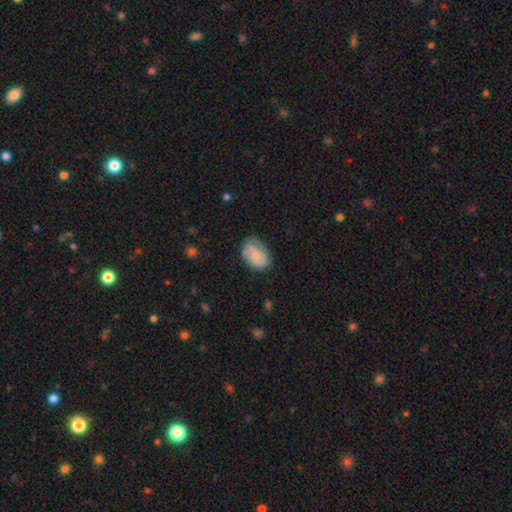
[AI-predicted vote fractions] smooth-or-featured: smooth: 62% | featured or disk: 30% | star or artifact: 8%
  how-rounded: in between: 80% | round: 18% | cigar-shaped: 1%
  merging: none: 60% | minor disturbance: 28% | major disturbance: 10% | merger: 2%